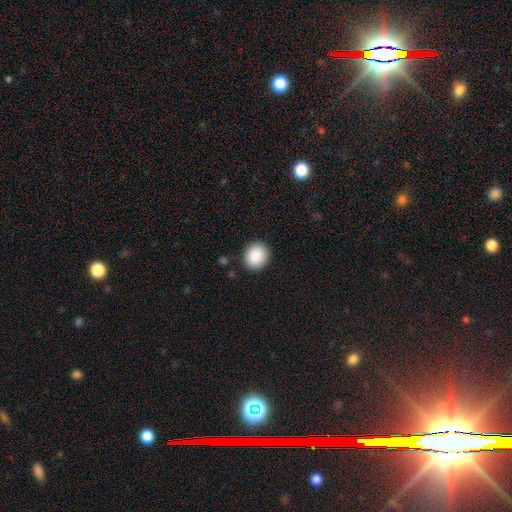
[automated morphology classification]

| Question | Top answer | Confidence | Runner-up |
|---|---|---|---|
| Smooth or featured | smooth | 89% | star or artifact (8%) |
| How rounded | round | 70% | in between (29%) |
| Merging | none | 89% | minor disturbance (7%) |